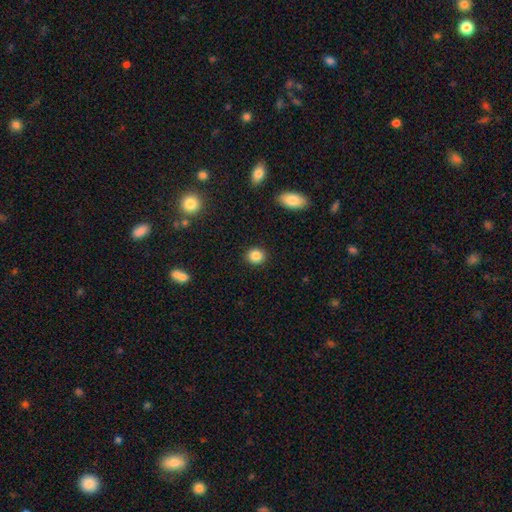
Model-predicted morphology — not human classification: A smooth galaxy with no disk features (86%) that is round (82%).

Vote fractions:
- Smooth or featured? smooth: 86% / star or artifact: 10% / featured or disk: 4%
- How rounded? round: 82% / in between: 17% / cigar-shaped: 1%
- Merging? none: 91% / minor disturbance: 6% / major disturbance: 2% / merger: 1%